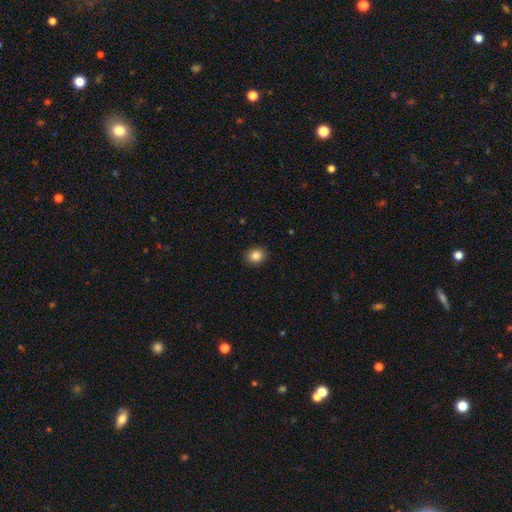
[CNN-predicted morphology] Q: Smooth or featured?
A: smooth (86%); runner-up: star or artifact (10%)
Q: How rounded?
A: round (64%); runner-up: in between (36%)
Q: Merging?
A: none (90%); runner-up: minor disturbance (7%)